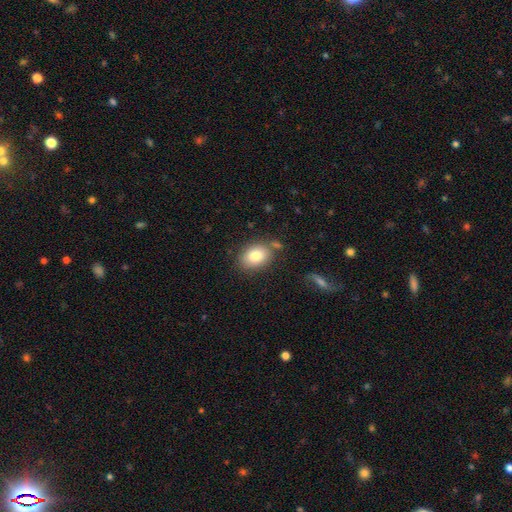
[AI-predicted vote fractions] Q: Smooth or featured?
A: smooth (82%); runner-up: featured or disk (10%)
Q: How rounded?
A: in between (76%); runner-up: round (23%)
Q: Merging?
A: none (75%); runner-up: minor disturbance (14%)